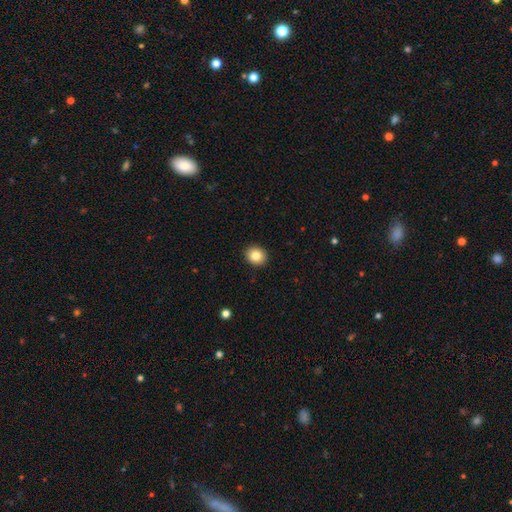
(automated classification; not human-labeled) The model was most divided on "how rounded": round: 69%, in between: 30%, cigar-shaped: 1%. More confident: merging — none (92%); smooth or featured — smooth (83%).